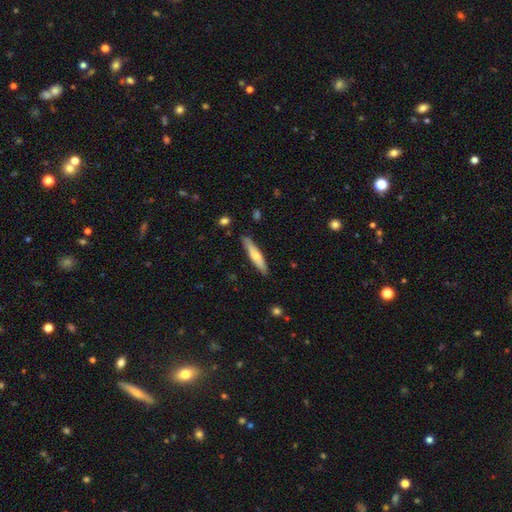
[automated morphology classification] This appears to be a smooth galaxy with no disk features (63%) that is cigar-shaped (86%). Merging: none (87%).